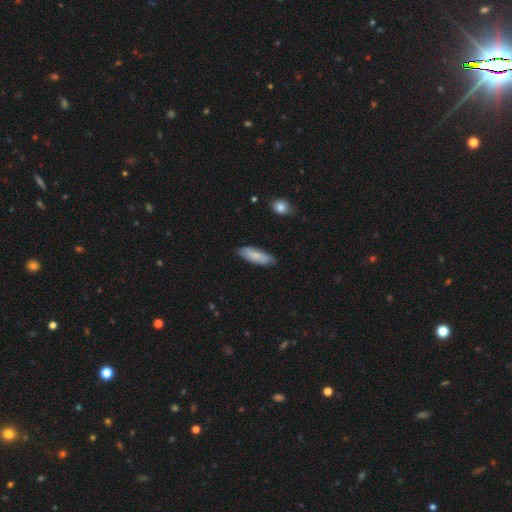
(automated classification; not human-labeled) This appears to be a smooth galaxy with no disk features (76%) that is in between round and cigar-shaped (63%). Merging: none (81%).